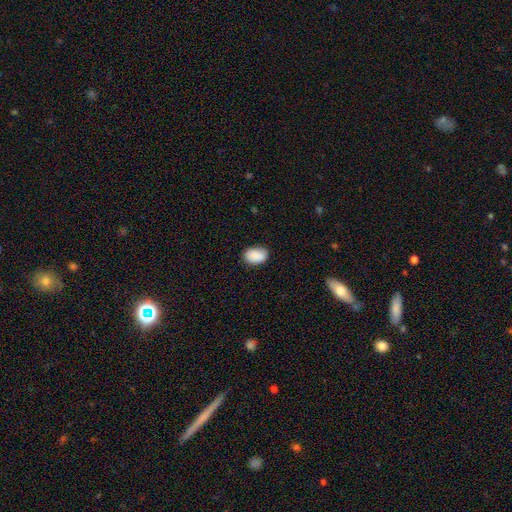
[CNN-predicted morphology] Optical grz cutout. It shows a smooth galaxy with no disk features (88%) that is in between round and cigar-shaped (84%). Merging: none (77%).